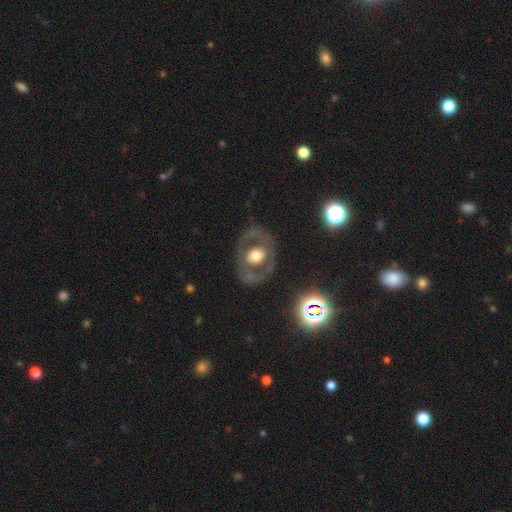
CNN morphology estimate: The model was most divided on "bulge size": moderate: 48%, large: 40%, small: 6%, dominant: 5%, none: 2%. More confident: edge-on disk — no (93%); spiral arms — no (78%); bar — no (78%); merging — none (75%); smooth or featured — featured or disk (58%).